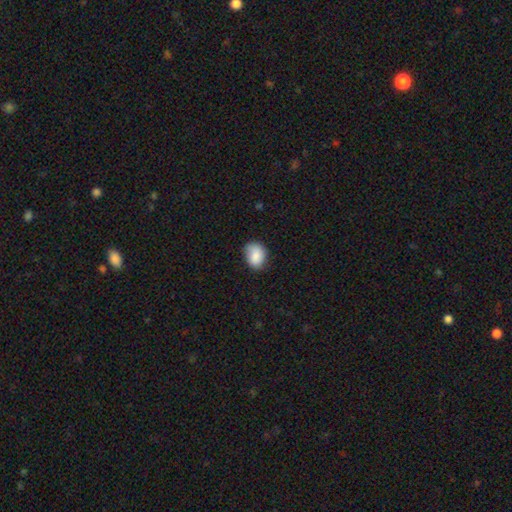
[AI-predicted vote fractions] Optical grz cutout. It shows a smooth galaxy with no disk features (86%) that is in between round and cigar-shaped (61%). Merging: none (70%).